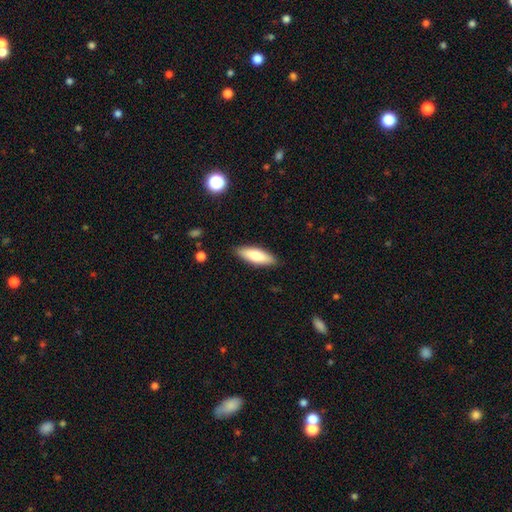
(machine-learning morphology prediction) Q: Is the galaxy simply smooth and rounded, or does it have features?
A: smooth — 77%.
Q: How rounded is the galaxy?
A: in between — 52%.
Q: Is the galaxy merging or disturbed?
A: none — 88%.